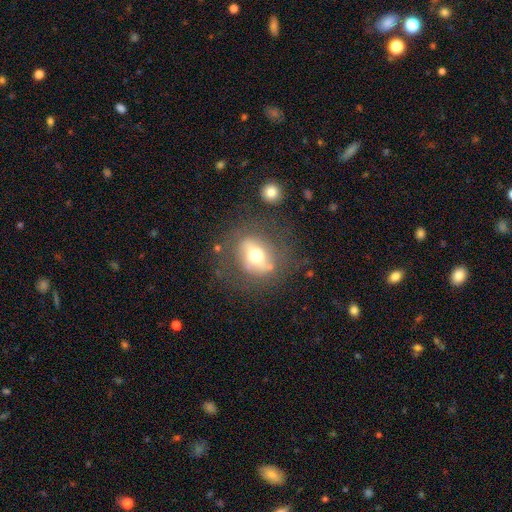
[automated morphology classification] The model was most divided on "smooth or featured": featured or disk: 49%, smooth: 42%, star or artifact: 9%. More confident: merging — none (69%).